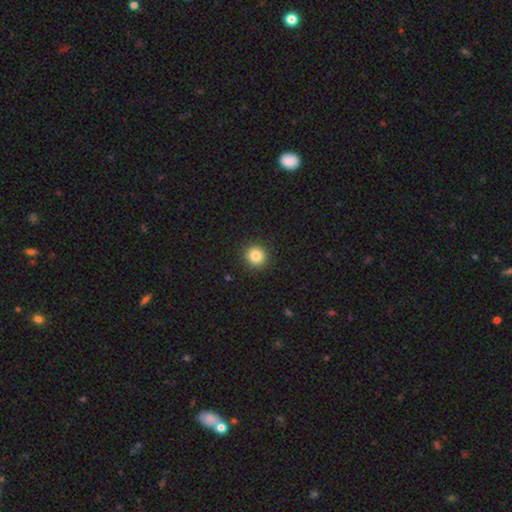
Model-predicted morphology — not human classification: Smooth or featured?
  - smooth: 85% *
  - star or artifact: 10%
  - featured or disk: 5%
How rounded?
  - round: 92% *
  - in between: 7%
  - cigar-shaped: 1%
Merging?
  - none: 92% *
  - minor disturbance: 5%
  - major disturbance: 2%
  - merger: 1%